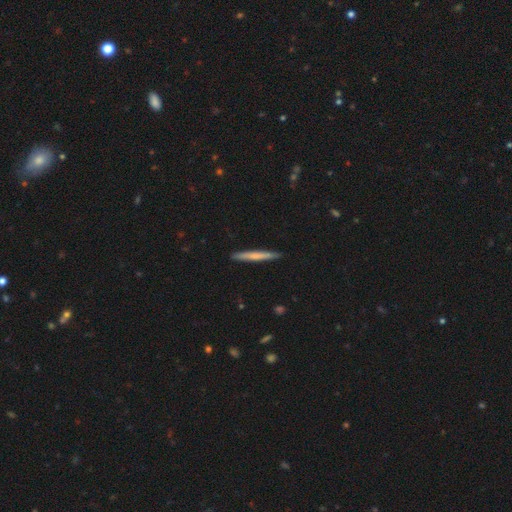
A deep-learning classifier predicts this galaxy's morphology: smooth-or-featured: smooth: 63% | featured or disk: 32% | star or artifact: 5%
  how-rounded: cigar-shaped: 97% | in between: 2% | round: 1%
  merging: none: 92% | minor disturbance: 6% | major disturbance: 1% | merger: 1%